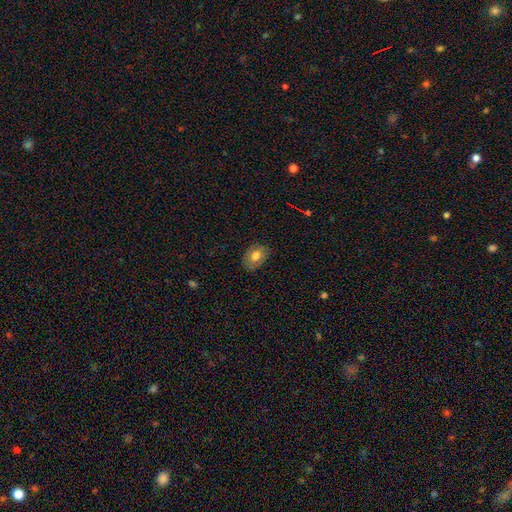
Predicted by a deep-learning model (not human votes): smooth_or_featured: smooth (p=0.70) [alt: featured or disk p=0.21]
how_rounded: in between (p=0.77) [alt: round p=0.22]
merging: none (p=0.78) [alt: minor disturbance p=0.17]